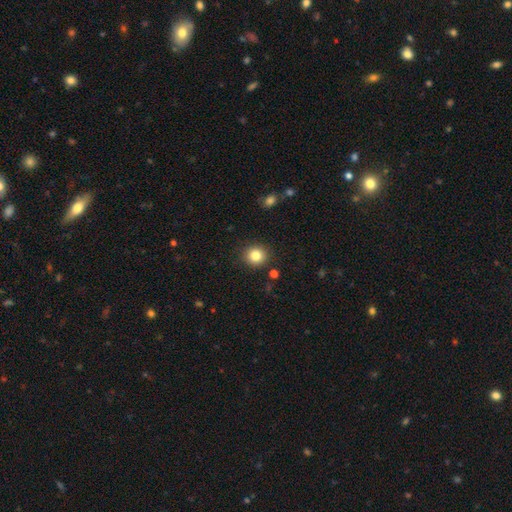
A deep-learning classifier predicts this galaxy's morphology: Q: Smooth or featured?
A: smooth (83%); runner-up: star or artifact (11%)
Q: How rounded?
A: round (88%); runner-up: in between (11%)
Q: Merging?
A: none (89%); runner-up: minor disturbance (7%)